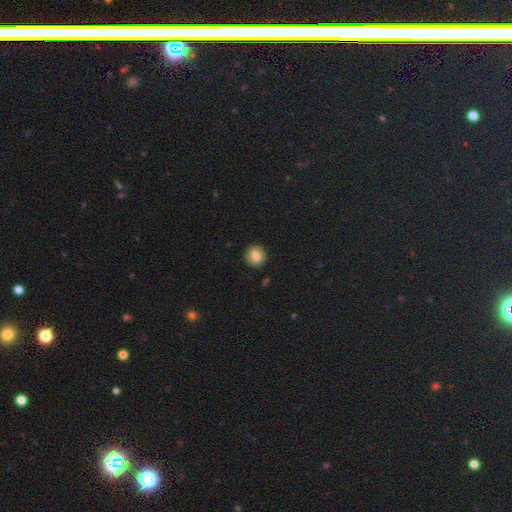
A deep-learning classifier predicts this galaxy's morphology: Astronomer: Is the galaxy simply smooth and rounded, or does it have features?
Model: smooth — 72%.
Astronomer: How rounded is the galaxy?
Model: round — 82%.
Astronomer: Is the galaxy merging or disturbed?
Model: none — 88%.